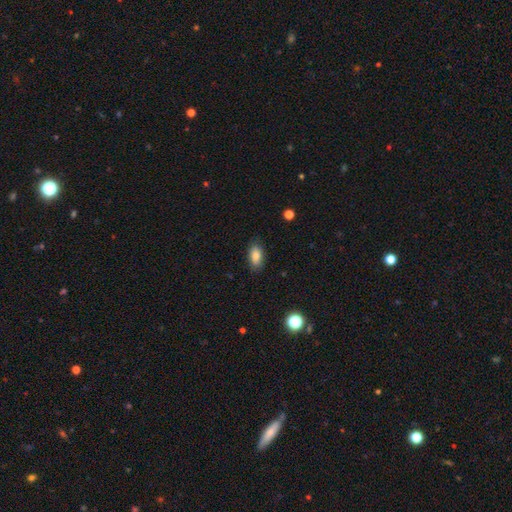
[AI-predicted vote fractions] Smooth or featured?
  - smooth: 83% *
  - featured or disk: 9%
  - star or artifact: 8%
How rounded?
  - in between: 90% *
  - cigar-shaped: 5%
  - round: 5%
Merging?
  - none: 85% *
  - minor disturbance: 12%
  - major disturbance: 2%
  - merger: 1%